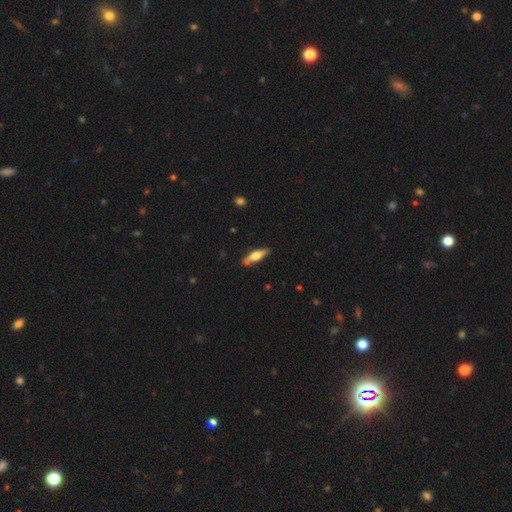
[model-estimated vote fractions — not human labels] Smooth or featured? smooth (49%)
Merging? none (81%)